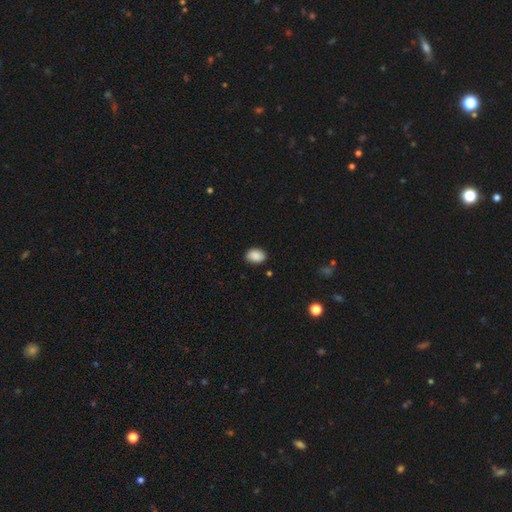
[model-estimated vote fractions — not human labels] A smooth galaxy with no disk features (89%) that is in between round and cigar-shaped (81%).

Vote fractions:
- Smooth or featured? smooth: 89% / star or artifact: 7% / featured or disk: 3%
- How rounded? in between: 81% / round: 18% / cigar-shaped: 1%
- Merging? none: 85% / minor disturbance: 11% / major disturbance: 2% / merger: 1%